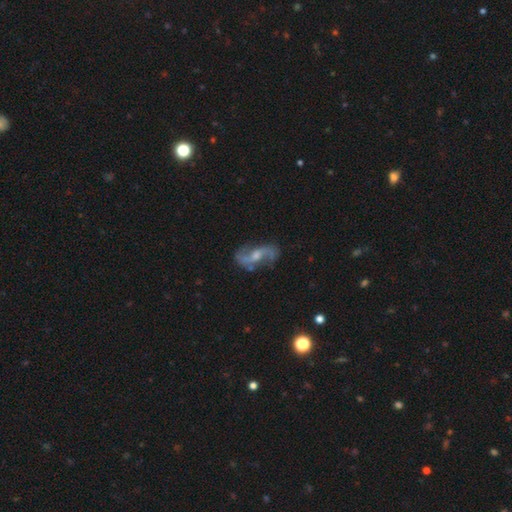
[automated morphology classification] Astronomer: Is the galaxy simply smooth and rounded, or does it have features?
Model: featured or disk — 86%.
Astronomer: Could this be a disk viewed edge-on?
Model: no — 95%.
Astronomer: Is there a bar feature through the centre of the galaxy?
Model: weak — 47% (runner-up: no, 38%).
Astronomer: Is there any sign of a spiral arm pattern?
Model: yes — 95%.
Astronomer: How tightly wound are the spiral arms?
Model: loose — 69%.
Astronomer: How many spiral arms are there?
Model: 2 — 92%.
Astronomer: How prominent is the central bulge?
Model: moderate — 47% (runner-up: small, 37%).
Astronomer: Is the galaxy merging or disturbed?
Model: none — 73%.